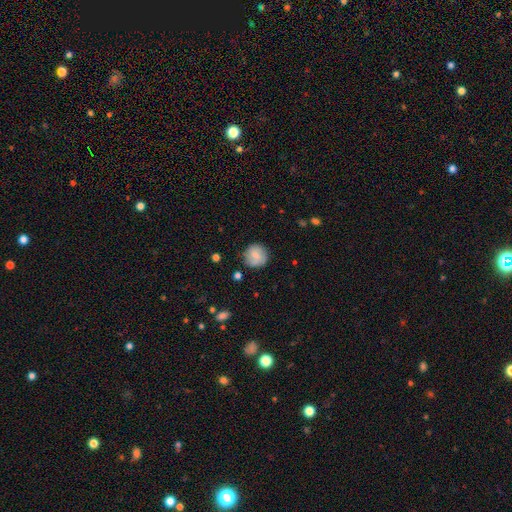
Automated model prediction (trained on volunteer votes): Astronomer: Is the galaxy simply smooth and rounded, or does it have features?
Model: smooth — 72%.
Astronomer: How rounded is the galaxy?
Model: round — 91%.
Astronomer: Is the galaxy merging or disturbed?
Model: none — 79%.